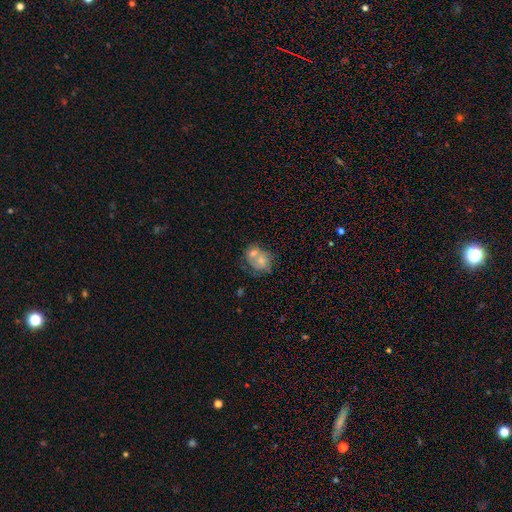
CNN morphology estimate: The model was most divided on "smooth or featured": smooth: 51%, featured or disk: 39%, star or artifact: 9%. More confident: how rounded — round (57%); merging — merger (56%).